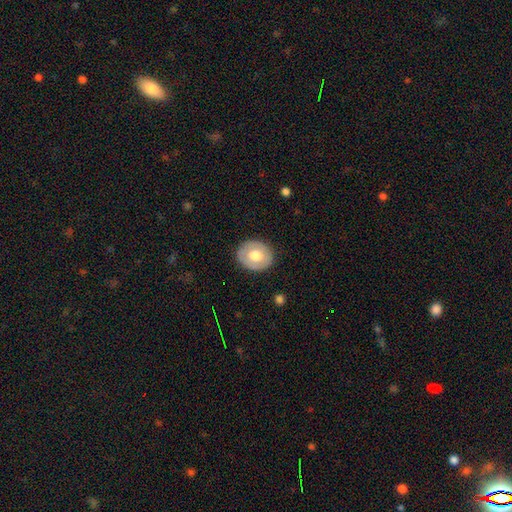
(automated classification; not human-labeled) This appears to be a smooth galaxy with no disk features (61%) that is round (58%). Merging: none (86%).